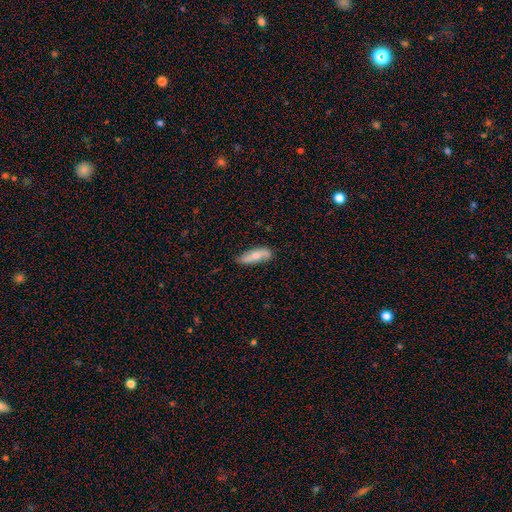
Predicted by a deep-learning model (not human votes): A smooth galaxy with no disk features (57%) that is in between round and cigar-shaped (49%). Merging: none (73%).